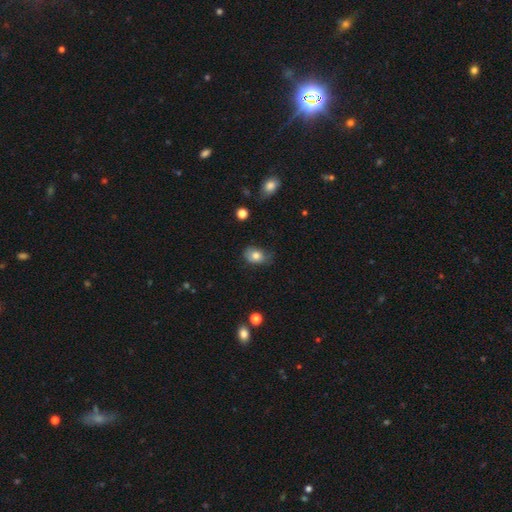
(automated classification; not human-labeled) smooth-or-featured: smooth: 78% | featured or disk: 13% | star or artifact: 9%
  how-rounded: in between: 74% | round: 25% | cigar-shaped: 1%
  merging: none: 56% | minor disturbance: 33% | major disturbance: 9% | merger: 2%